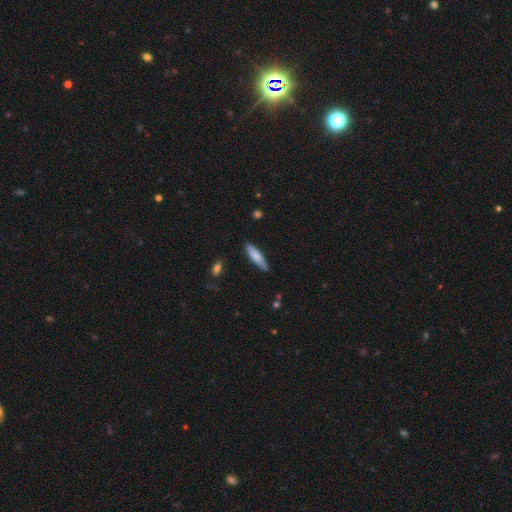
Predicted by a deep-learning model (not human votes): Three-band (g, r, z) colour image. It shows a smooth galaxy with no disk features (77%) that is cigar-shaped (77%). Merging: none (84%).